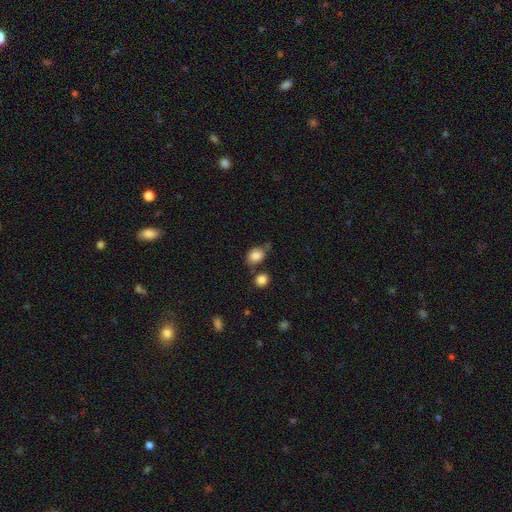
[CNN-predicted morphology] type=smooth (84%); roundness=in between (66%); merging=none (58%).